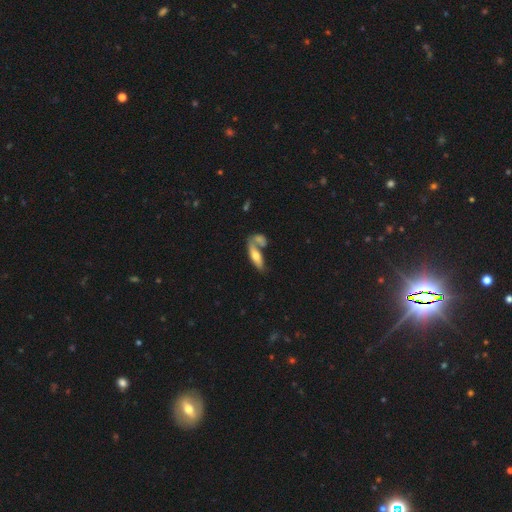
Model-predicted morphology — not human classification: type=smooth (56%); roundness=in between (55%); merging=merger (41%, tied with none).